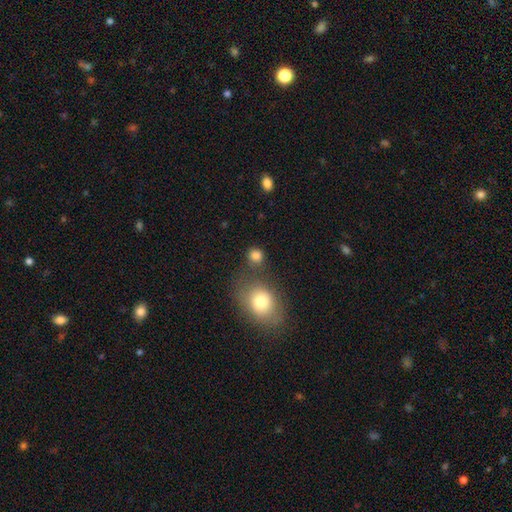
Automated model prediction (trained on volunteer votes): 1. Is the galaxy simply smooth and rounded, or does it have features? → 82% smooth, 12% star or artifact, 6% featured or disk.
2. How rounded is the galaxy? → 78% round, 20% in between, 1% cigar-shaped.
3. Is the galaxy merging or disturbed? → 65% none, 17% merger, 12% minor disturbance, 6% major disturbance.